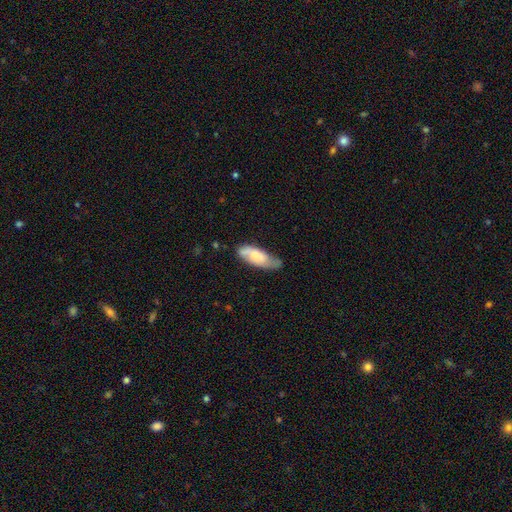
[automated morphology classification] This appears to be a smooth galaxy with no disk features (63%) that is in between round and cigar-shaped (70%). Merging: none (51%).